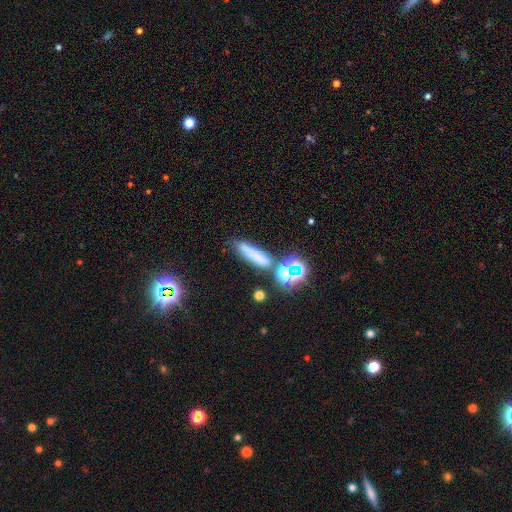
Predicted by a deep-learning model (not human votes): Smooth or featured: smooth — 64% (star or artifact — 22%)
How rounded: cigar-shaped — 72% (in between — 17%)
Merging: none — 68% (minor disturbance — 13%)